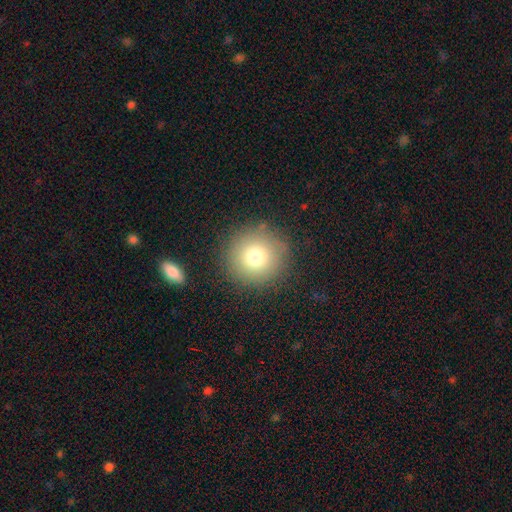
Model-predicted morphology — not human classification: smooth 77%, star or artifact 12%, featured or disk 10%. Down the decision tree: how rounded — round (95%); merging — none (89%).